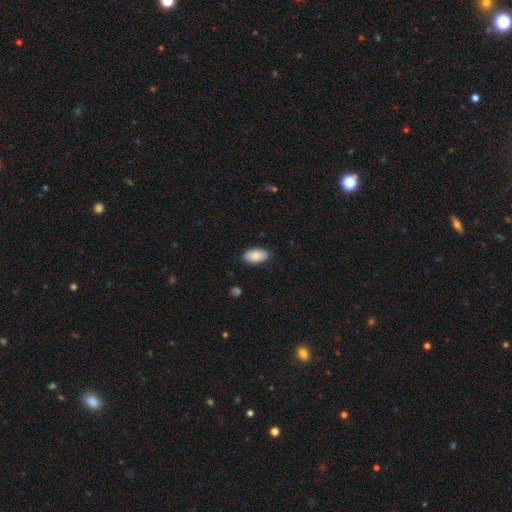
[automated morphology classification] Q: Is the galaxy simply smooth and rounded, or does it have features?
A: smooth — 84%.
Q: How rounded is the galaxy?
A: in between — 95%.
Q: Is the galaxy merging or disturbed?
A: none — 84%.